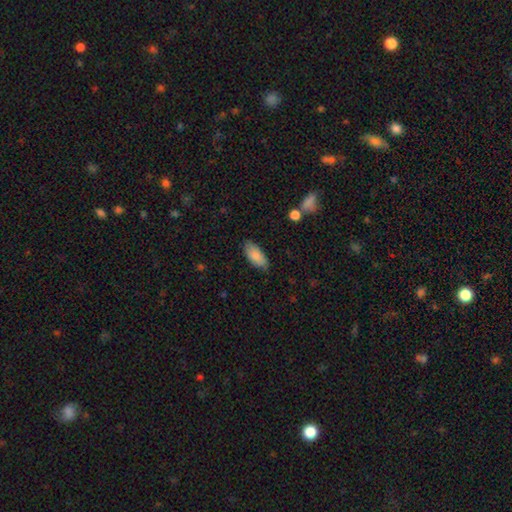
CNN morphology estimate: This is clearly a smooth galaxy (85%). How rounded: clearly in between (89%). Merging: clearly none (81%).